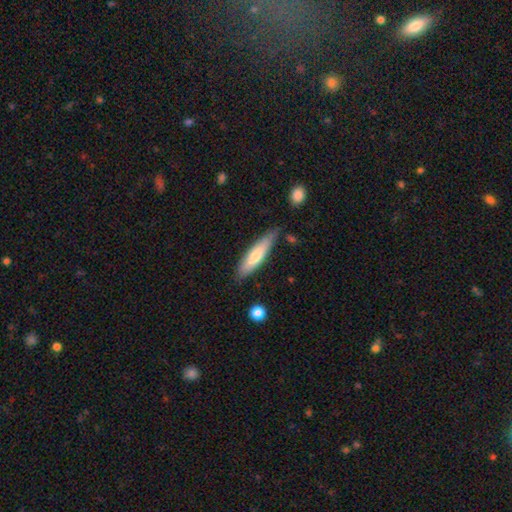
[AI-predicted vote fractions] The model was most divided on "smooth or featured": smooth: 67%, featured or disk: 28%, star or artifact: 5%. More confident: merging — none (80%); how rounded — cigar-shaped (78%).